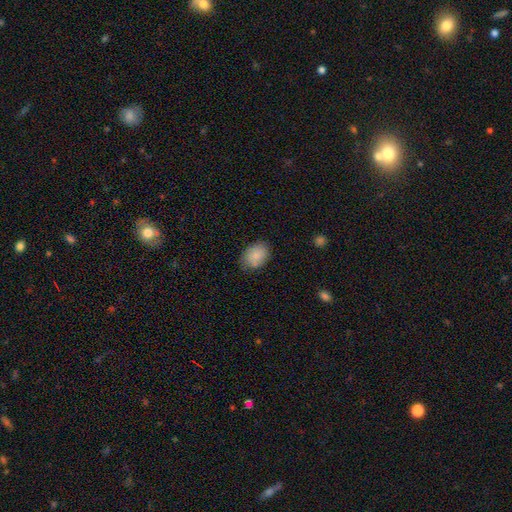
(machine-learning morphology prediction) Overall: smooth (86%). How rounded: in between (77%). Merging: none (75%).